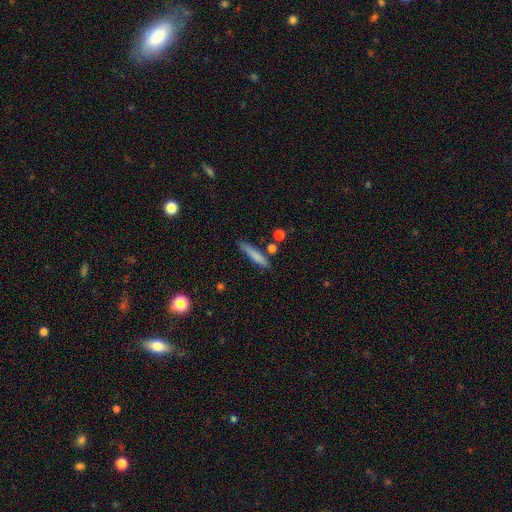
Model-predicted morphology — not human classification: smooth 78%, featured or disk 15%, star or artifact 7%. Down the decision tree: how rounded — cigar-shaped (90%); merging — none (76%).